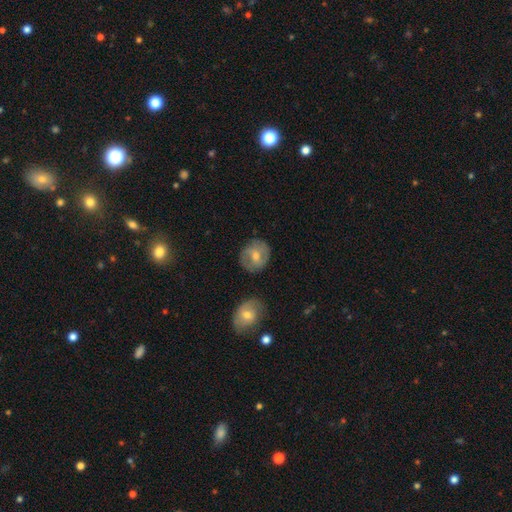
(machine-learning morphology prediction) The model was most divided on "smooth or featured": featured or disk: 50%, smooth: 41%, star or artifact: 8%. More confident: edge-on disk — no (96%); merging — none (78%).